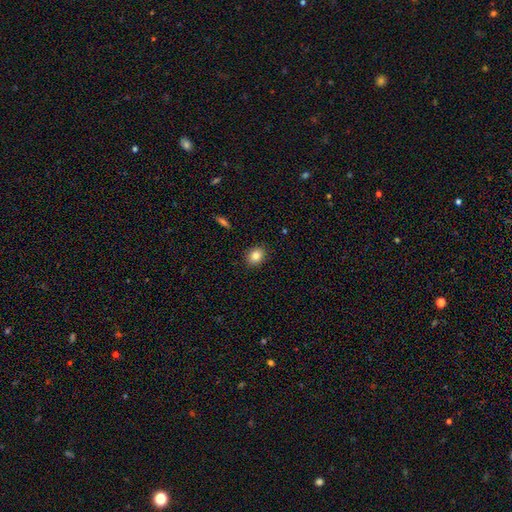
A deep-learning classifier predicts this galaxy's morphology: This is clearly a smooth galaxy (84%). How rounded: possibly round (59%). Merging: clearly none (90%).